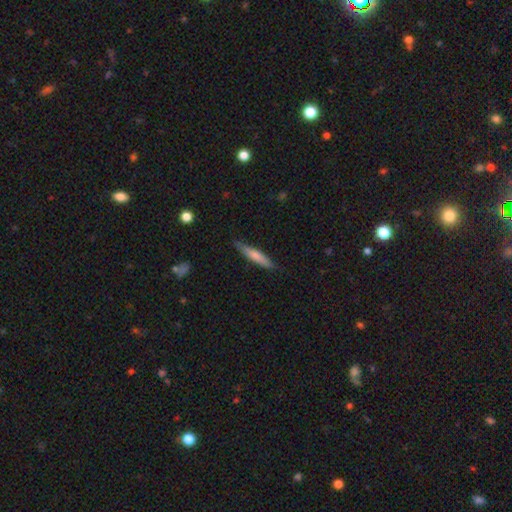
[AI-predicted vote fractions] smooth_or_featured: smooth (p=0.71) [alt: featured or disk p=0.23]
how_rounded: cigar-shaped (p=0.89) [alt: in between p=0.09]
merging: none (p=0.83) [alt: minor disturbance p=0.13]